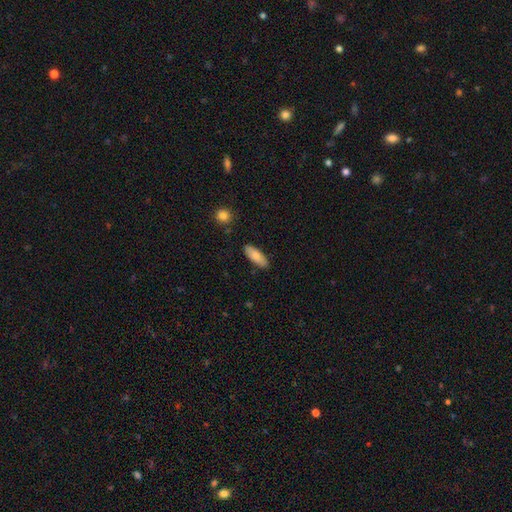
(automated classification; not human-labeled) A smooth galaxy with no disk features (84%) that is in between round and cigar-shaped (71%). Merging: none (85%).